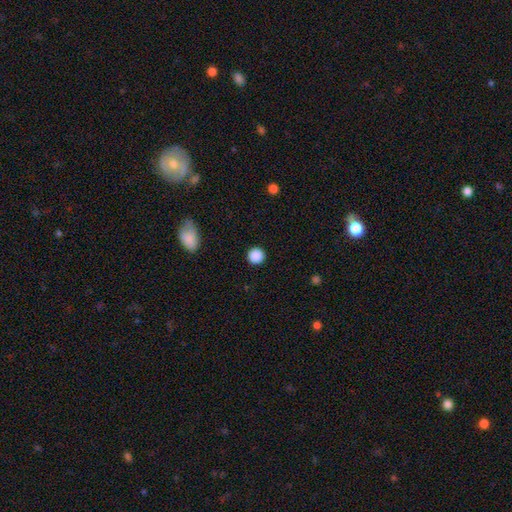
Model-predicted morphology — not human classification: Q: Smooth or featured?
A: smooth (88%); runner-up: star or artifact (9%)
Q: How rounded?
A: round (94%); runner-up: in between (5%)
Q: Merging?
A: none (92%); runner-up: minor disturbance (5%)